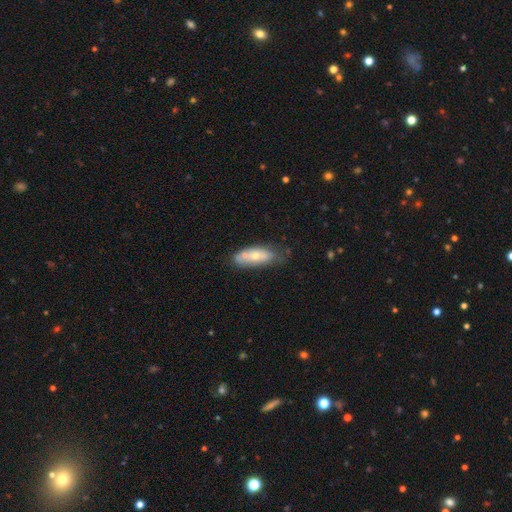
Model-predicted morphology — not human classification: smooth-or-featured: smooth: 56% | featured or disk: 37% | star or artifact: 7%
  how-rounded: in between: 76% | cigar-shaped: 21% | round: 3%
  merging: none: 46% | minor disturbance: 25% | merger: 22% | major disturbance: 8%